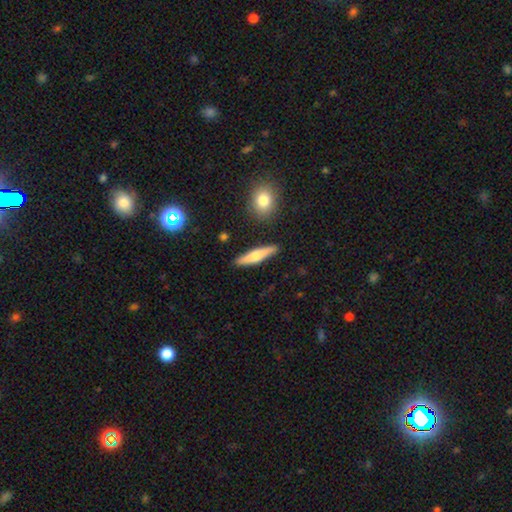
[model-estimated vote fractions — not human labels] Overall: smooth (57%; featured or disk 38%). How rounded: cigar-shaped (84%). Merging: none (87%).